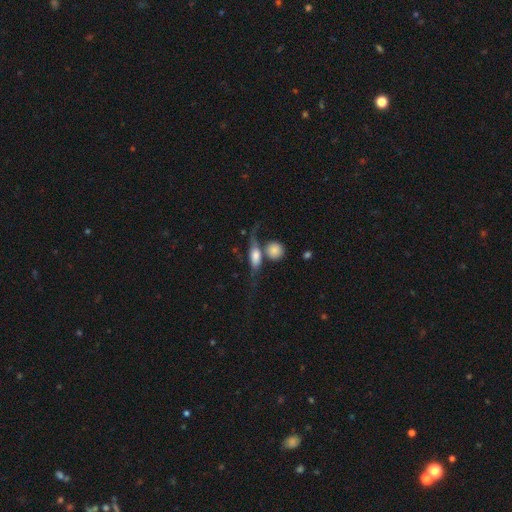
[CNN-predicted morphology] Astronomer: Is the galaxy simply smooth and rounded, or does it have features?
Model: smooth — 50% (runner-up: featured or disk, 41%).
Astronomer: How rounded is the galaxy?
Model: in between — 56%.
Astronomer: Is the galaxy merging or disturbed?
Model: none — 34% (runner-up: merger, 29%).